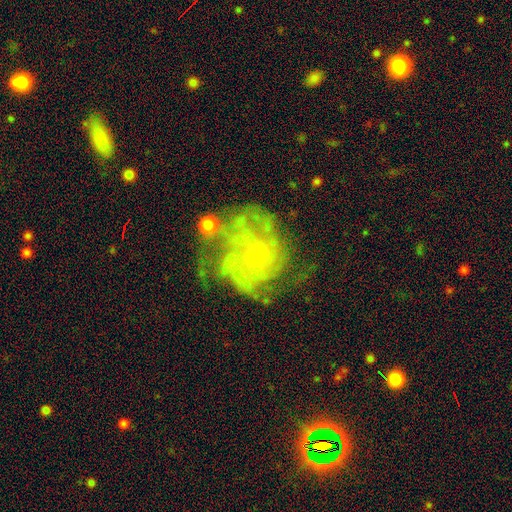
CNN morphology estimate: A featured or disk galaxy (81%) with no bar (77%), tight (50%) spiral arms (85%) and a small central bulge (74%). Merging: none (48%).